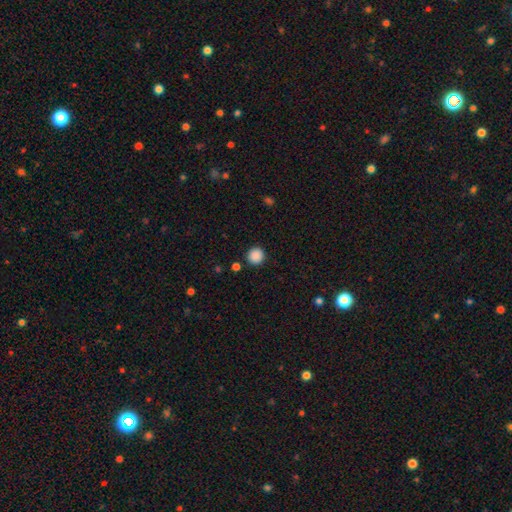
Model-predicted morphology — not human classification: Smooth or featured: smooth — 88% (star or artifact — 10%)
How rounded: round — 94% (in between — 5%)
Merging: none — 90% (minor disturbance — 6%)